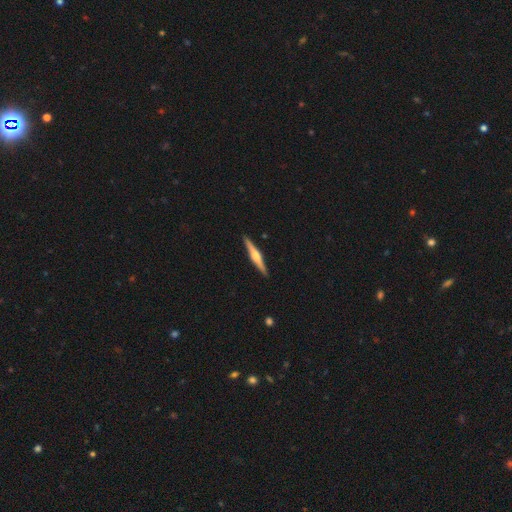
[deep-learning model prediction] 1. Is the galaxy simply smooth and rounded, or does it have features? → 72% featured or disk, 23% smooth, 5% star or artifact.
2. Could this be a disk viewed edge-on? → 98% yes, 2% no.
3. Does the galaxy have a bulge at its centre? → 83% rounded, 12% boxy, 5% none.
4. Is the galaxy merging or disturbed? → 92% none, 6% minor disturbance, 1% major disturbance, 1% merger.